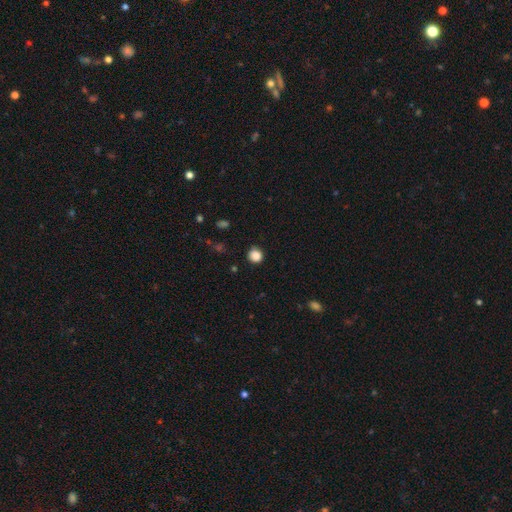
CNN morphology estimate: This appears to be a smooth galaxy with no disk features (86%) that is round (90%). Merging: none (86%).